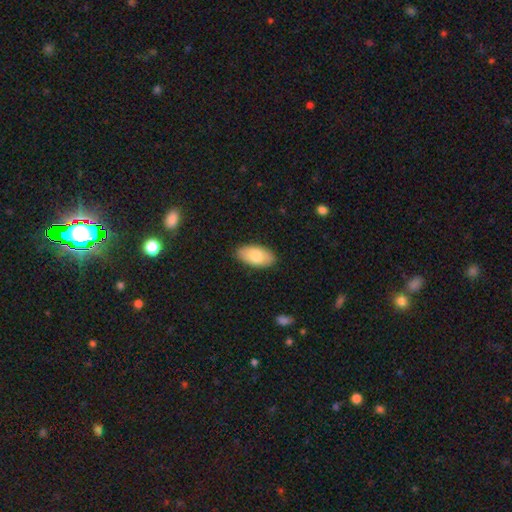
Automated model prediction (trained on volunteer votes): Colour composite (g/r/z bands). It shows a smooth galaxy with no disk features (80%) that is in between round and cigar-shaped (95%). Merging: none (87%).